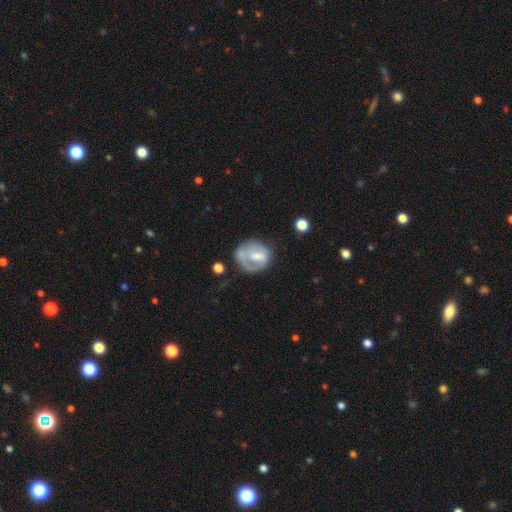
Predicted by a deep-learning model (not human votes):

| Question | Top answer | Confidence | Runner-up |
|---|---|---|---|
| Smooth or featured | smooth | 48% | featured or disk (45%) |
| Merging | none | 46% | minor disturbance (26%) |